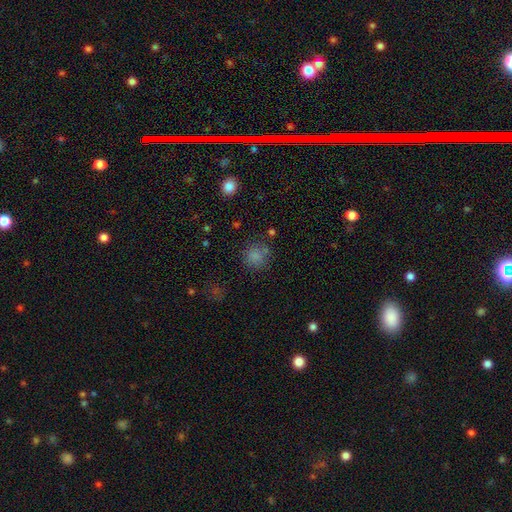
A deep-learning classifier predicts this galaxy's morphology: Smooth or featured: smooth — 80% (star or artifact — 14%)
How rounded: round — 90% (in between — 9%)
Merging: none — 75% (minor disturbance — 13%)